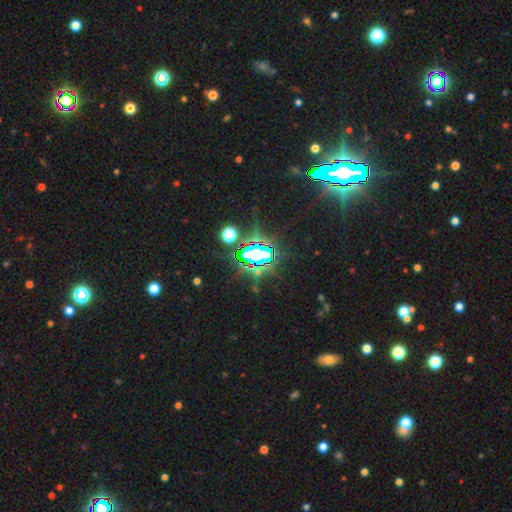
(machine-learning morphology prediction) The model was most divided on "smooth or featured": star or artifact: 79%, smooth: 11%, featured or disk: 10%.